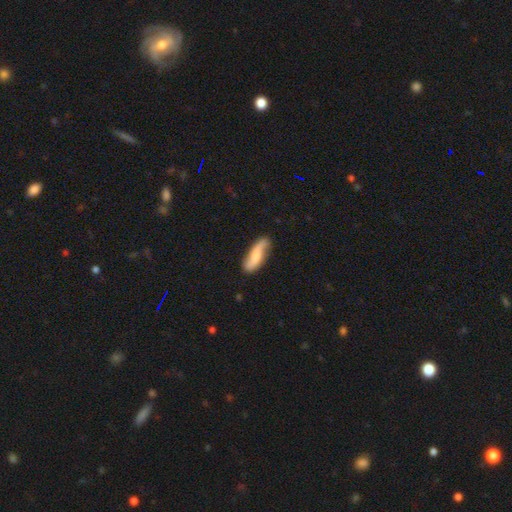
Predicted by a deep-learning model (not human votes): Smooth or featured: smooth — 52% (featured or disk — 42%)
How rounded: cigar-shaped — 52% (in between — 45%)
Merging: none — 76% (minor disturbance — 18%)